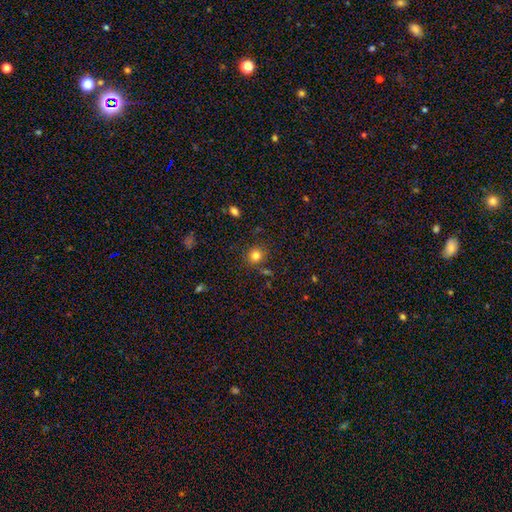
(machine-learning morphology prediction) This appears to be a smooth galaxy with no disk features (79%) that is round (87%). Merging: none (82%).